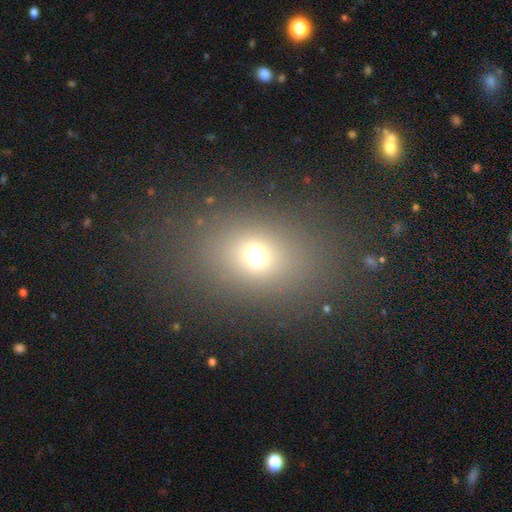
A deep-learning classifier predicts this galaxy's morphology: The model was most divided on "how rounded": in between: 55%, round: 43%, cigar-shaped: 2%. More confident: merging — none (79%); smooth or featured — smooth (68%).